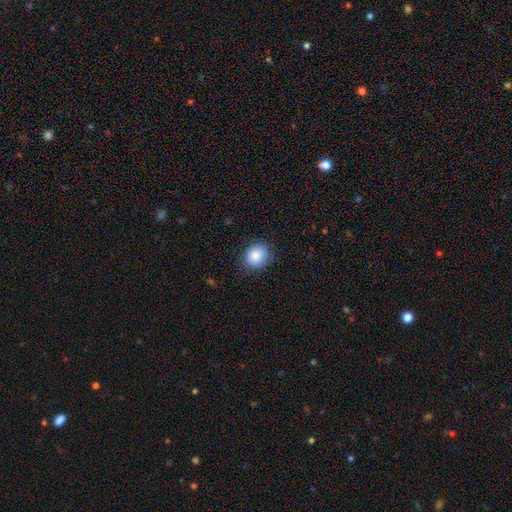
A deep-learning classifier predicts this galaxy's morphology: The model was most divided on "how rounded": round: 67%, in between: 32%, cigar-shaped: 1%. More confident: smooth or featured — smooth (85%); merging — none (82%).